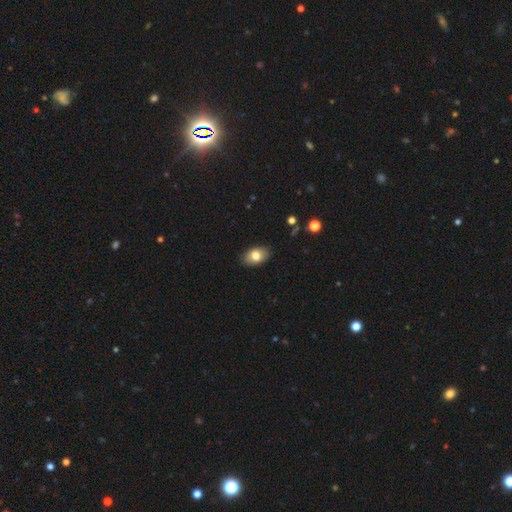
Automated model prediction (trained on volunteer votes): smooth-or-featured: smooth: 78% | featured or disk: 14% | star or artifact: 8%
  how-rounded: in between: 89% | round: 9% | cigar-shaped: 1%
  merging: none: 87% | minor disturbance: 10% | major disturbance: 2% | merger: 1%